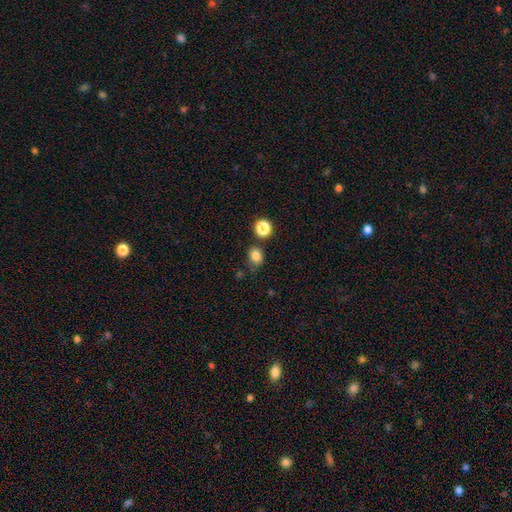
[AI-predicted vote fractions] Q: Smooth or featured?
A: smooth (82%); runner-up: star or artifact (13%)
Q: How rounded?
A: round (62%); runner-up: in between (37%)
Q: Merging?
A: none (75%); runner-up: minor disturbance (14%)